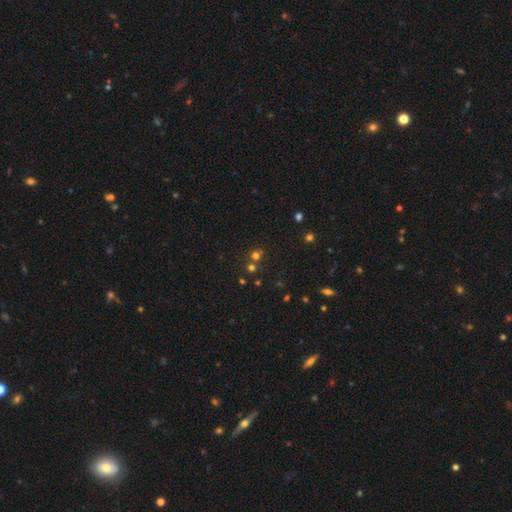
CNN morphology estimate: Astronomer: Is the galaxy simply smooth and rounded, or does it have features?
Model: smooth — 56% (runner-up: star or artifact, 35%).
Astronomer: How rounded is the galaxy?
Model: round — 87%.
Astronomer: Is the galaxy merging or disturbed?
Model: none — 61%.